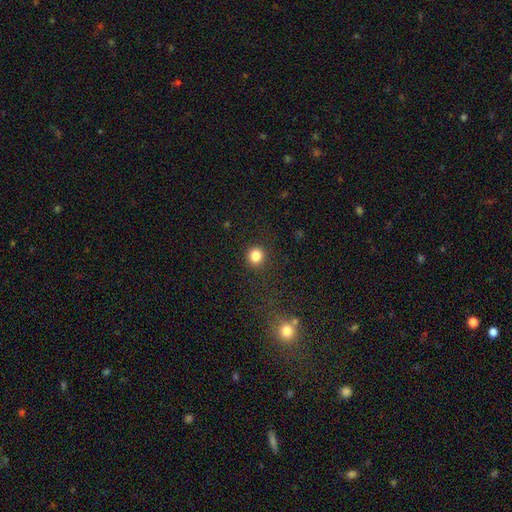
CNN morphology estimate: This appears to be a smooth galaxy with no disk features (83%) that is round (91%). Merging: none (90%).